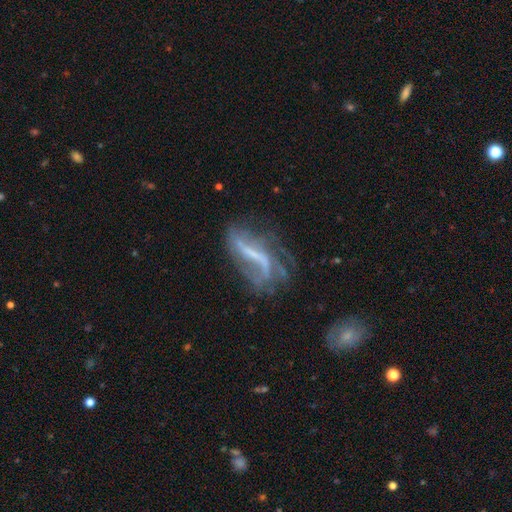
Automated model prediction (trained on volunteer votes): The model was most divided on "merging": none: 40%, major disturbance: 31%, minor disturbance: 22%, merger: 7%. Remaining: edge-on disk — no (86%); smooth or featured — featured or disk (74%); spiral arms — yes (72%); bar — strong (49%); bulge size — none (49%).